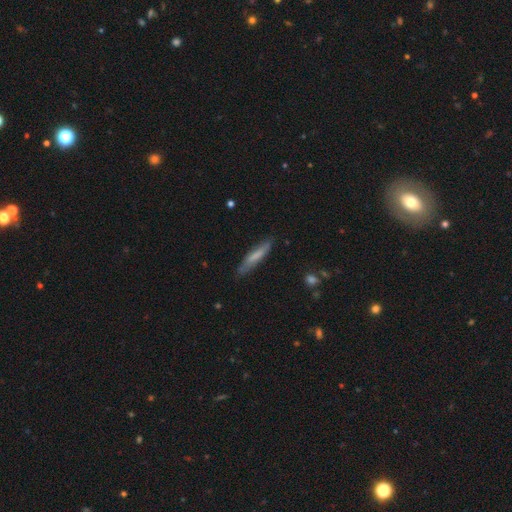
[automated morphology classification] This is likely a smooth galaxy (66%). How rounded: clearly cigar-shaped (88%). Merging: clearly none (81%).